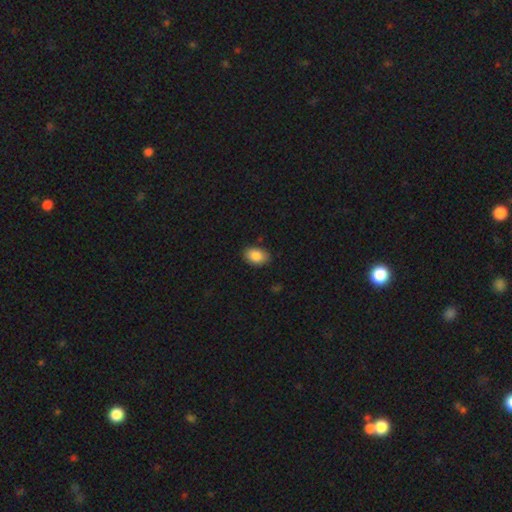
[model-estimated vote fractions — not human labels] smooth 87%, star or artifact 7%, featured or disk 6%. Down the decision tree: how rounded — in between (84%); merging — none (84%).